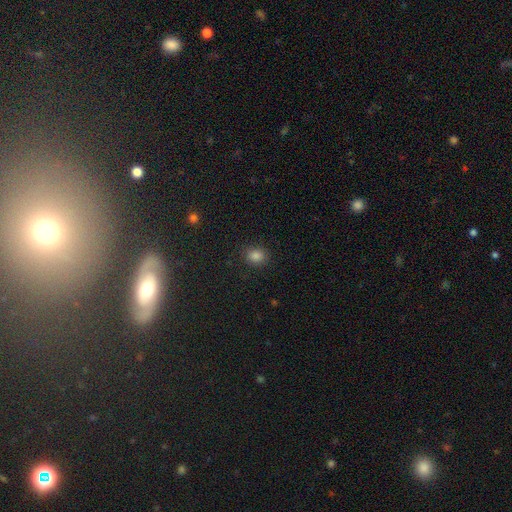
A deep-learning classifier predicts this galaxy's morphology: Q: Smooth or featured?
A: smooth (83%); runner-up: star or artifact (13%)
Q: How rounded?
A: round (67%); runner-up: in between (32%)
Q: Merging?
A: none (87%); runner-up: minor disturbance (9%)